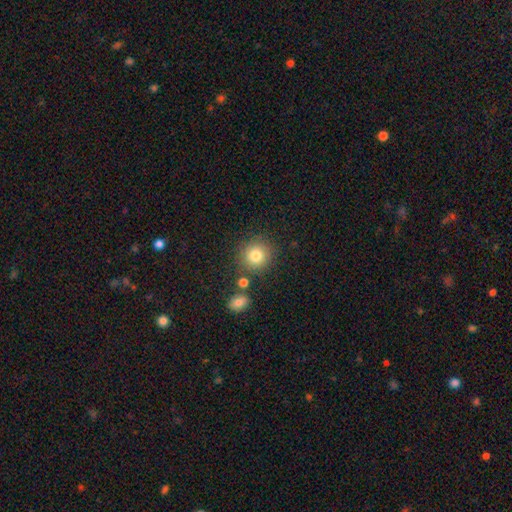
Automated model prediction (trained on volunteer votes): Q: Smooth or featured?
A: smooth (81%); runner-up: star or artifact (11%)
Q: How rounded?
A: round (91%); runner-up: in between (8%)
Q: Merging?
A: none (81%); runner-up: minor disturbance (9%)